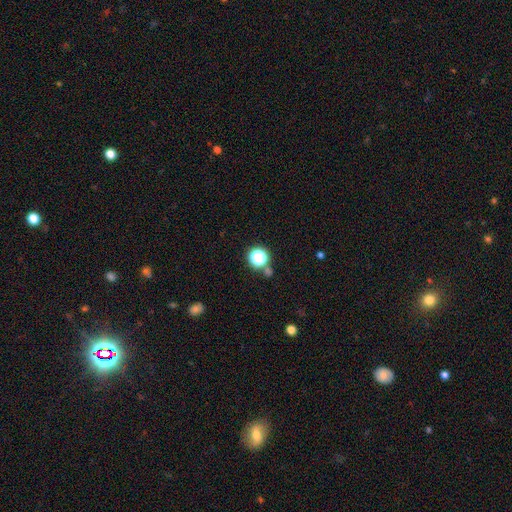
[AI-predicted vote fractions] The model was most divided on "smooth or featured": smooth: 49%, star or artifact: 43%, featured or disk: 8%. More confident: merging — none (70%).